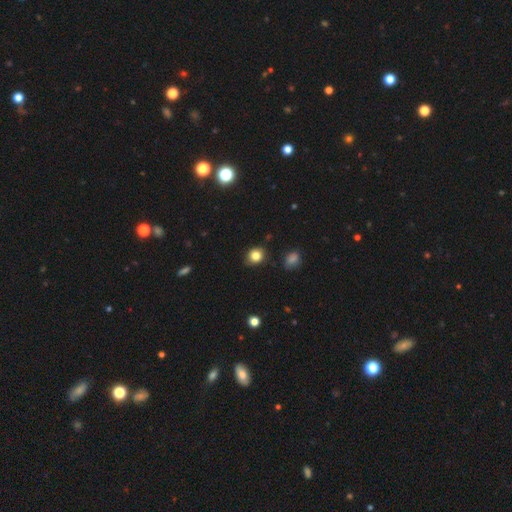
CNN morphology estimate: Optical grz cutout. It shows a smooth galaxy with no disk features (83%) that is round (73%). Merging: none (84%).